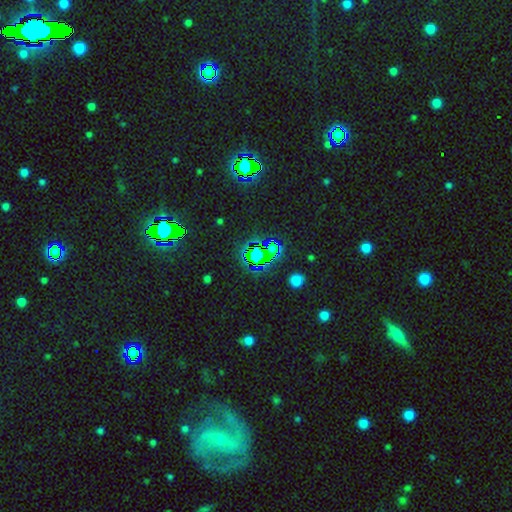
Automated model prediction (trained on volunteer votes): Q: Smooth or featured?
A: star or artifact (72%); runner-up: smooth (17%)